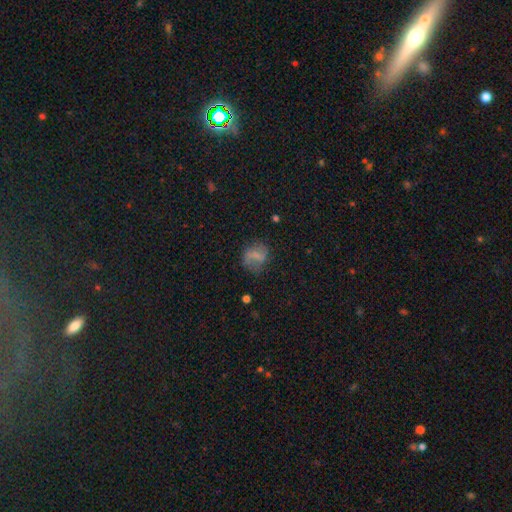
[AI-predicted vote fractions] smooth_or_featured: smooth (p=0.46) [alt: featured or disk p=0.44]
merging: none (p=0.66) [alt: minor disturbance p=0.21]